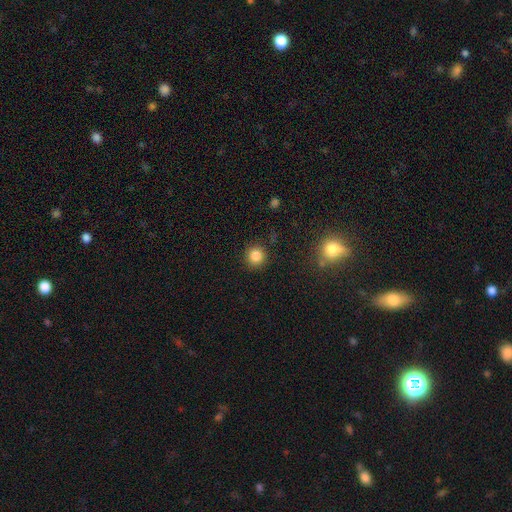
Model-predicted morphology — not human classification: smooth 84%, star or artifact 12%, featured or disk 4%. Down the decision tree: how rounded — round (93%); merging — none (89%).